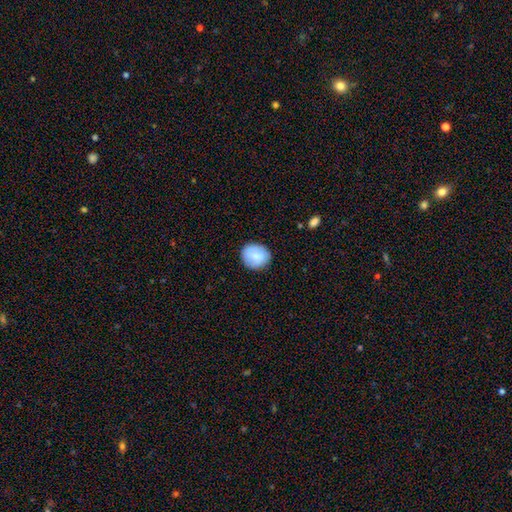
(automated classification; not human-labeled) smooth-or-featured: smooth: 80% | featured or disk: 14% | star or artifact: 7%
  how-rounded: round: 78% | in between: 21% | cigar-shaped: 1%
  merging: none: 84% | minor disturbance: 12% | major disturbance: 3% | merger: 1%